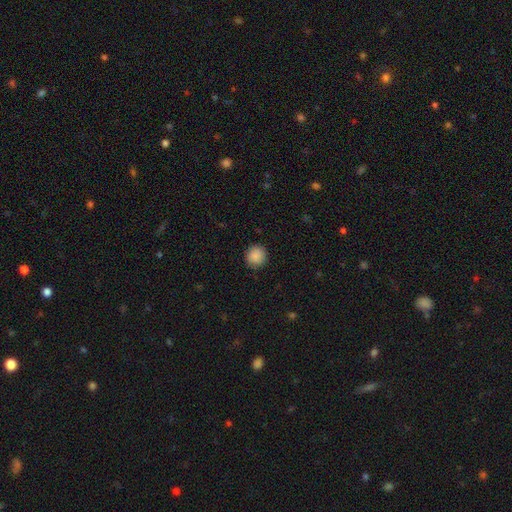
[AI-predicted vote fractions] A smooth galaxy with no disk features (89%) that is round (91%).

Vote fractions:
- Smooth or featured? smooth: 89% / star or artifact: 8% / featured or disk: 3%
- How rounded? round: 91% / in between: 9% / cigar-shaped: 1%
- Merging? none: 88% / minor disturbance: 9% / major disturbance: 2% / merger: 1%